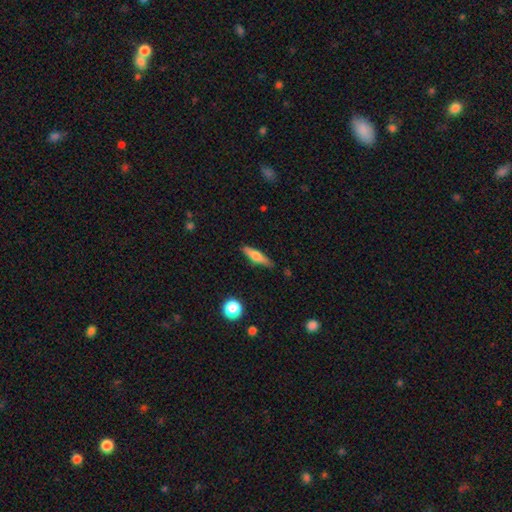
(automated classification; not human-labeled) Overall: smooth (53%; featured or disk 40%). How rounded: cigar-shaped (76%). Merging: none (85%).